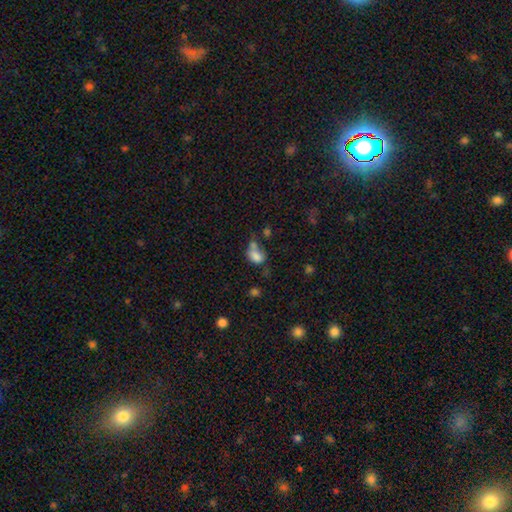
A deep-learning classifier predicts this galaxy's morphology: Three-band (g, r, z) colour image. It shows a smooth galaxy with no disk features (74%) that is in between round and cigar-shaped (75%). Merging: merger (41%).